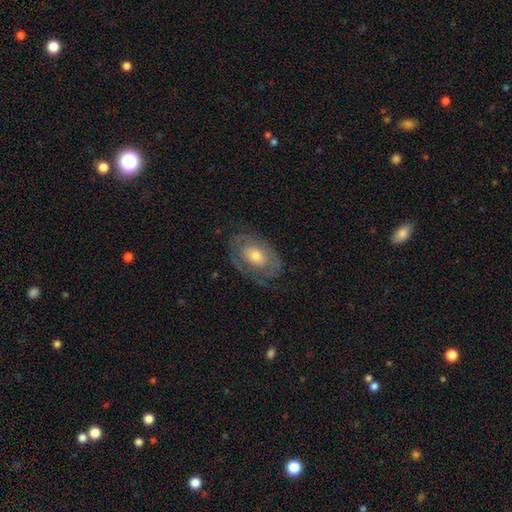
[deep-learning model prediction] Smooth or featured?
  - featured or disk: 58% *
  - smooth: 35%
  - star or artifact: 7%
Edge-on disk?
  - no: 93% *
  - yes: 7%
Bar?
  - no: 81% *
  - weak: 15%
  - strong: 4%
Spiral arms?
  - yes: 50% * (tied)
  - no: 50% * (tied)
Bulge size?
  - moderate: 63% *
  - small: 25%
  - large: 9%
  - none: 1%
  - dominant: 1%
Merging?
  - none: 69% *
  - minor disturbance: 19%
  - major disturbance: 10%
  - merger: 1%